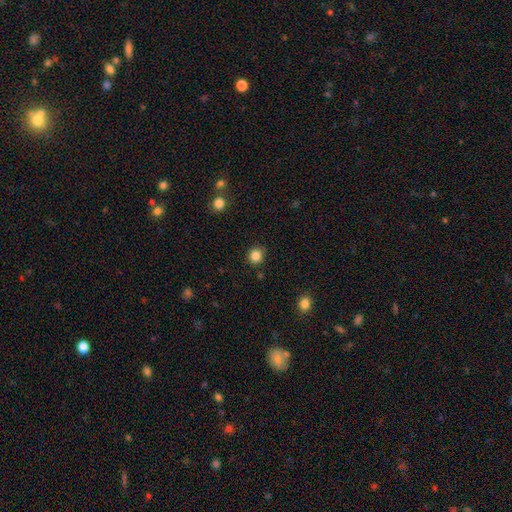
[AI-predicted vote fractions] Smooth or featured?
  - smooth: 85% *
  - star or artifact: 11%
  - featured or disk: 4%
How rounded?
  - round: 88% *
  - in between: 11%
  - cigar-shaped: 1%
Merging?
  - none: 89% *
  - minor disturbance: 7%
  - major disturbance: 2%
  - merger: 2%